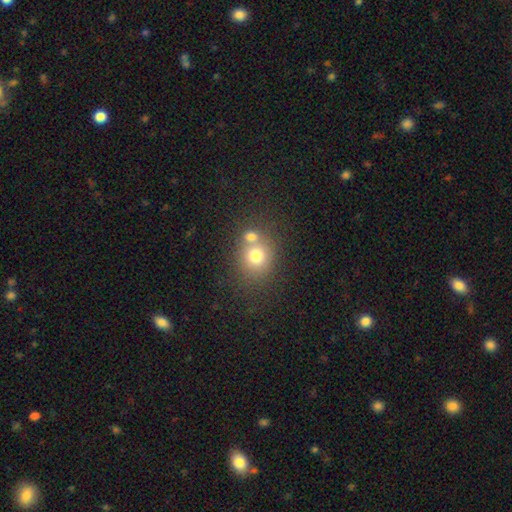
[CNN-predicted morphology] type=smooth (73%); roundness=round (76%); merging=none (46%).